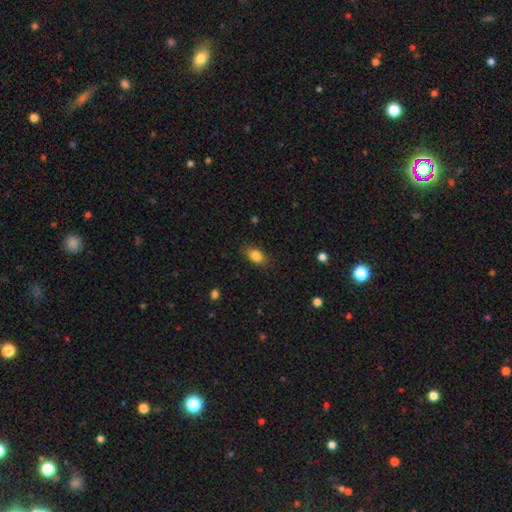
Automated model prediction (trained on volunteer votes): smooth 85%, star or artifact 9%, featured or disk 7%. Down the decision tree: how rounded — in between (85%); merging — none (84%).